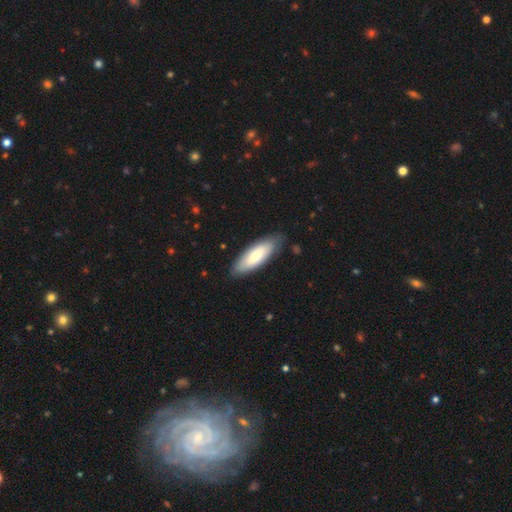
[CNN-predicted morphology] smooth 68%, featured or disk 26%, star or artifact 6%. Down the decision tree: how rounded — in between (64%); merging — none (84%).